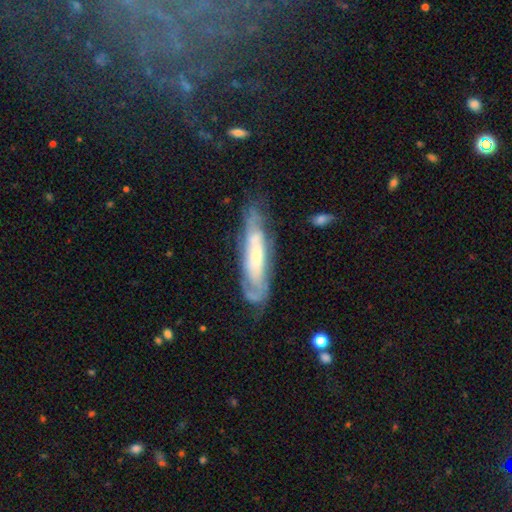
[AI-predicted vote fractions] Smooth or featured? featured or disk (68%)
Edge-on disk? no (65%)
Merging? none (64%)